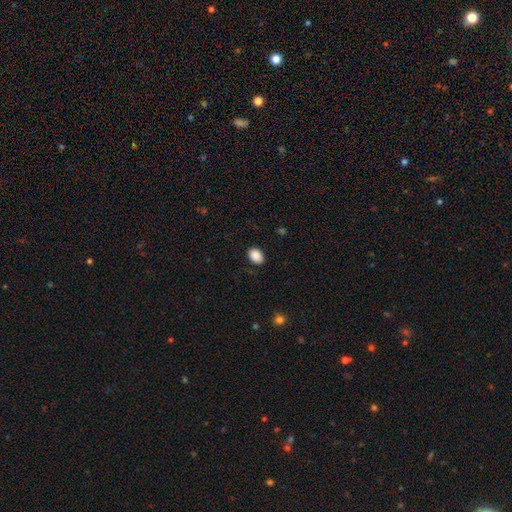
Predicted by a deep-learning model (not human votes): smooth-or-featured: smooth: 89% | star or artifact: 8% | featured or disk: 4%
  how-rounded: in between: 82% | round: 17% | cigar-shaped: 1%
  merging: none: 88% | minor disturbance: 9% | major disturbance: 2% | merger: 1%